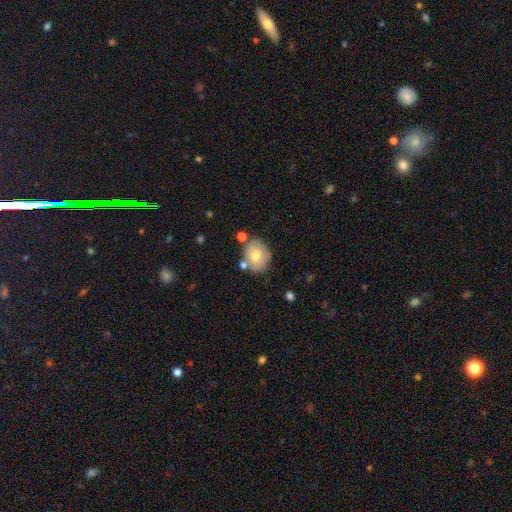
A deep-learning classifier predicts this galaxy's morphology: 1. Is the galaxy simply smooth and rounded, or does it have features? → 72% smooth, 19% featured or disk, 9% star or artifact.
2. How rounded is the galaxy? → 62% round, 37% in between, 1% cigar-shaped.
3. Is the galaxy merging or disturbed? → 74% none, 13% minor disturbance, 10% merger, 3% major disturbance.